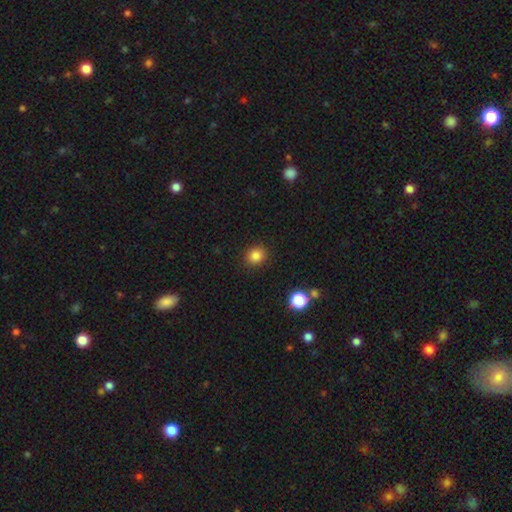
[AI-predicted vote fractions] Q: Smooth or featured?
A: smooth (83%); runner-up: star or artifact (12%)
Q: How rounded?
A: round (79%); runner-up: in between (20%)
Q: Merging?
A: none (90%); runner-up: minor disturbance (7%)